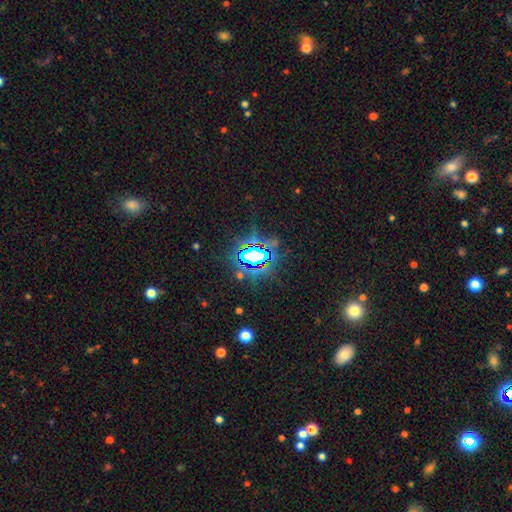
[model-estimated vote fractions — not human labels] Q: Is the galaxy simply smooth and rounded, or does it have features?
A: star or artifact — 72%.